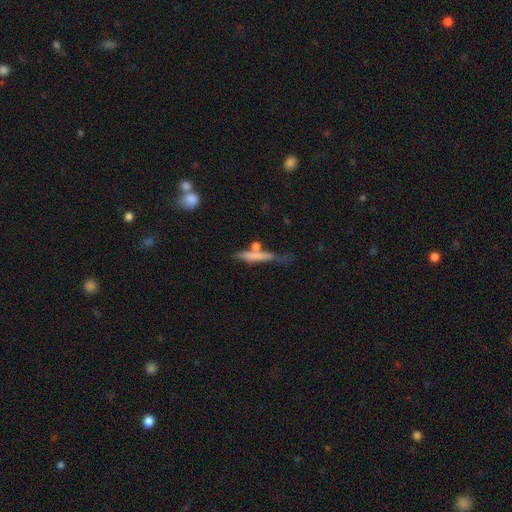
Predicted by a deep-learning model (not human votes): This is likely a smooth galaxy (60%). How rounded: clearly cigar-shaped (89%). Merging: possibly none (50%).